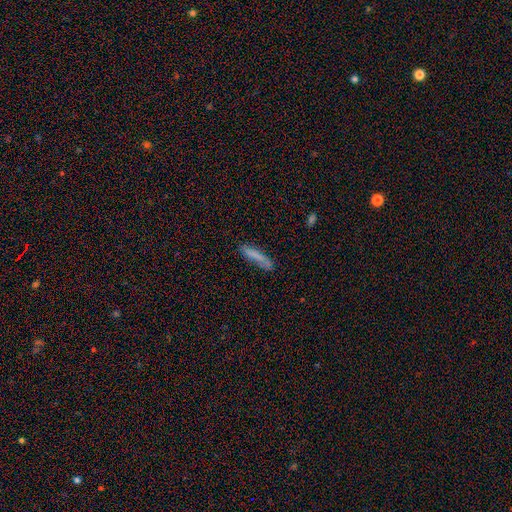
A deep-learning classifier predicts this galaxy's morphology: A smooth galaxy with no disk features (74%) that is cigar-shaped (86%).

Vote fractions:
- Smooth or featured? smooth: 74% / featured or disk: 18% / star or artifact: 8%
- How rounded? cigar-shaped: 86% / in between: 12% / round: 2%
- Merging? none: 67% / minor disturbance: 22% / major disturbance: 7% / merger: 4%